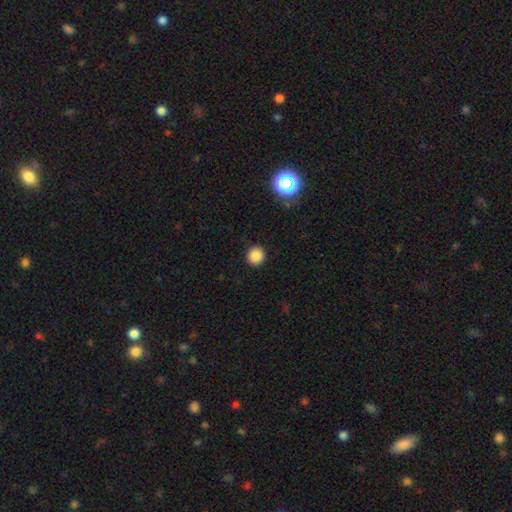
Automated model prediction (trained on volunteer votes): Smooth or featured? Predicted: smooth (p=0.85). How rounded? Predicted: round (p=0.90). Merging? Predicted: none (p=0.91).